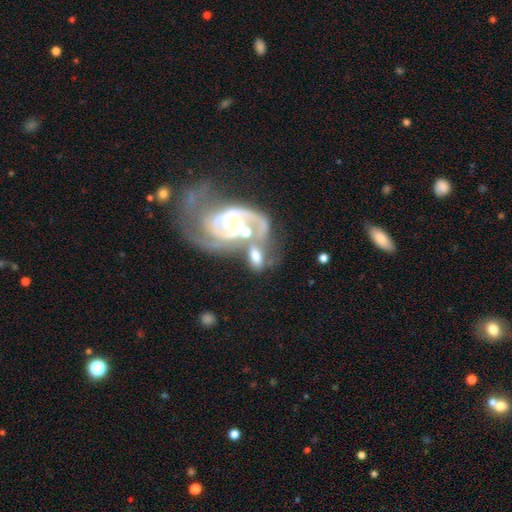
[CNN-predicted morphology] Smooth or featured? Predicted: featured or disk (p=0.62). Edge-on disk? Predicted: no (p=0.95). Bar? Predicted: no (p=0.55). Spiral arms? Predicted: yes (p=0.86). Spiral winding? Predicted: tight (p=0.41). Spiral arm count? Predicted: 2 (p=0.62). Bulge size? Predicted: moderate (p=0.45). Merging? Predicted: merger (p=0.55).